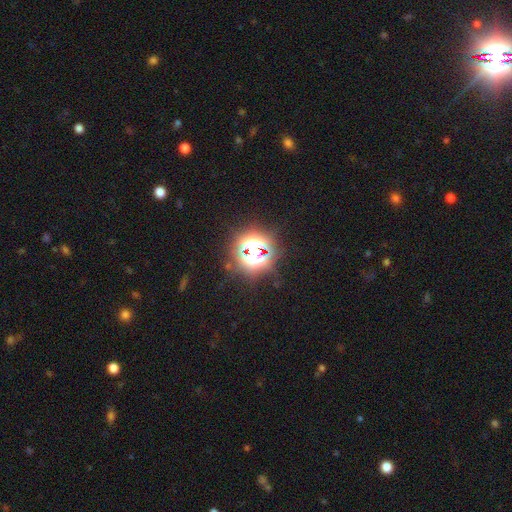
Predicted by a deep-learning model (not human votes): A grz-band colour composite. It shows a star or artifact, not a galaxy (75%).